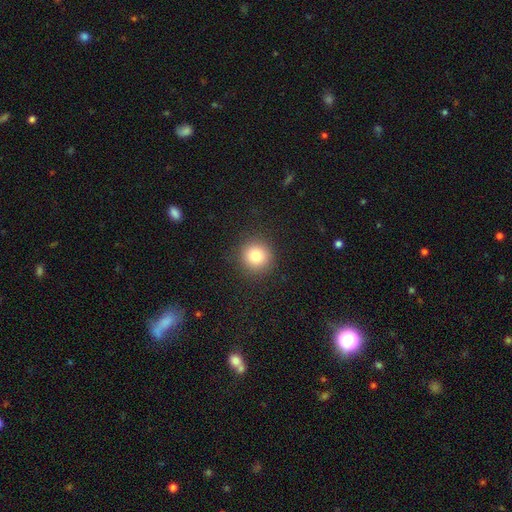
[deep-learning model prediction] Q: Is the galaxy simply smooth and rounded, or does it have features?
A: smooth — 83%.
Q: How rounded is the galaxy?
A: round — 94%.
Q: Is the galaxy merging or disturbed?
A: none — 90%.